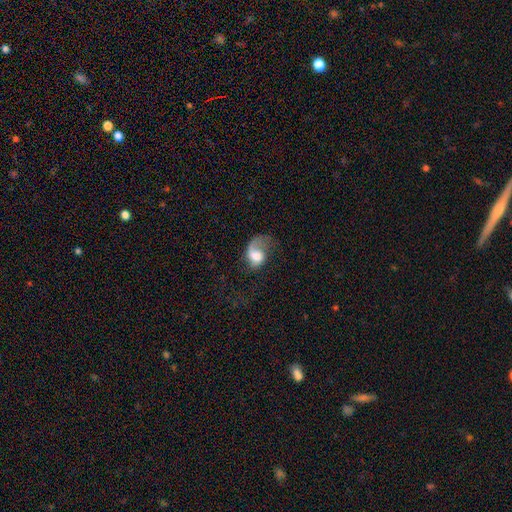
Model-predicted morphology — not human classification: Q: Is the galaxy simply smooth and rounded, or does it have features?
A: featured or disk — 54%.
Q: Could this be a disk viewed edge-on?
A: no — 97%.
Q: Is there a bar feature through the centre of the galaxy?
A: no — 68%.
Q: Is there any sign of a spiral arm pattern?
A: yes — 84%.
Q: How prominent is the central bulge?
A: large — 42%.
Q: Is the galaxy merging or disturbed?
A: major disturbance — 48%.